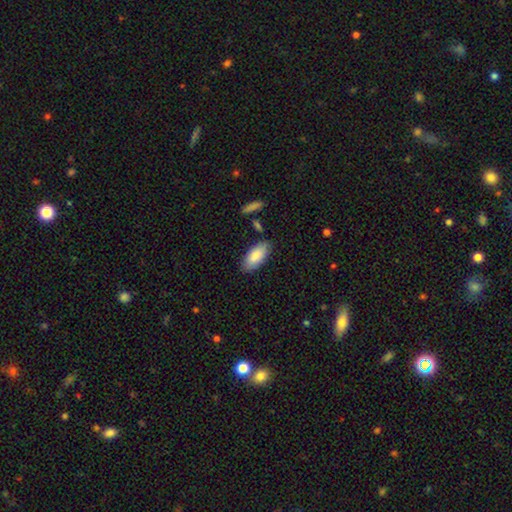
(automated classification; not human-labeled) Q: Smooth or featured?
A: smooth (85%); runner-up: featured or disk (9%)
Q: How rounded?
A: in between (87%); runner-up: cigar-shaped (11%)
Q: Merging?
A: none (83%); runner-up: minor disturbance (12%)